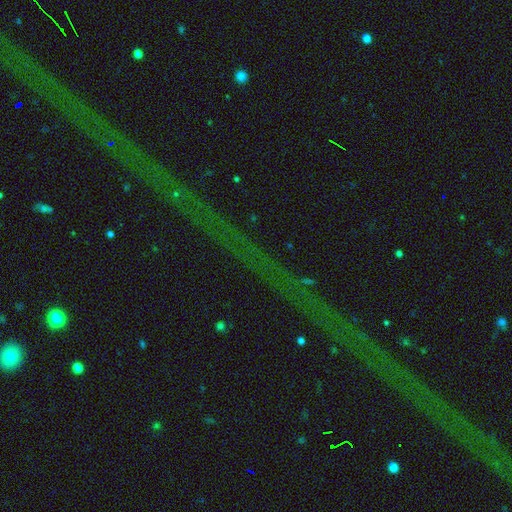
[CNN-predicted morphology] Smooth or featured? Predicted: star or artifact (p=0.76).